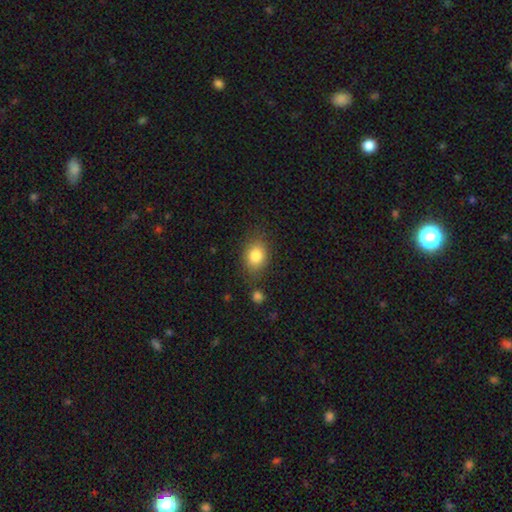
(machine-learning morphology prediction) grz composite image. It shows a smooth galaxy with no disk features (83%) that is in between round and cigar-shaped (57%). Merging: none (76%).